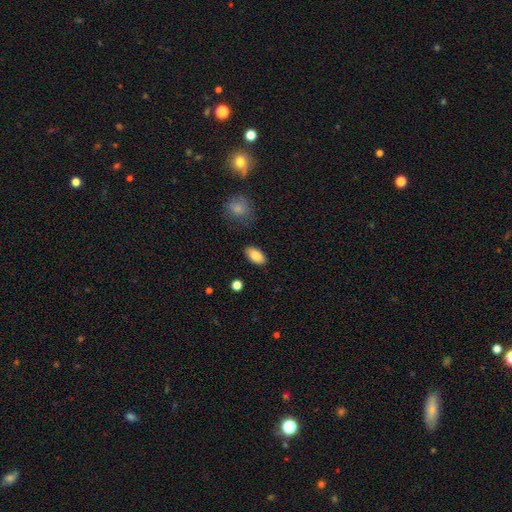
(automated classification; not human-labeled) Smooth or featured? Predicted: smooth (p=0.86). How rounded? Predicted: in between (p=0.93). Merging? Predicted: none (p=0.86).